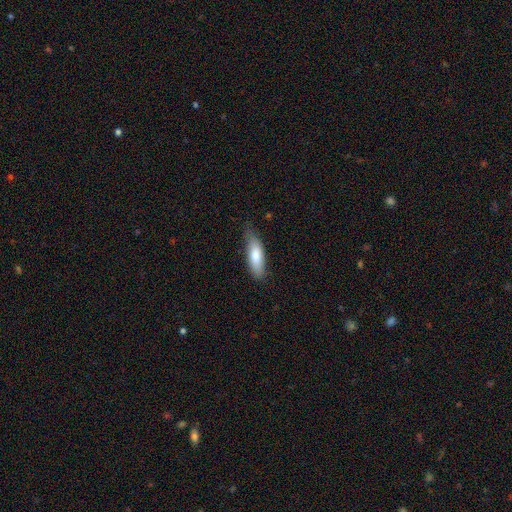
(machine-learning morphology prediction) Smooth or featured? smooth (81%)
How rounded? in between (55%)
Merging? none (65%)